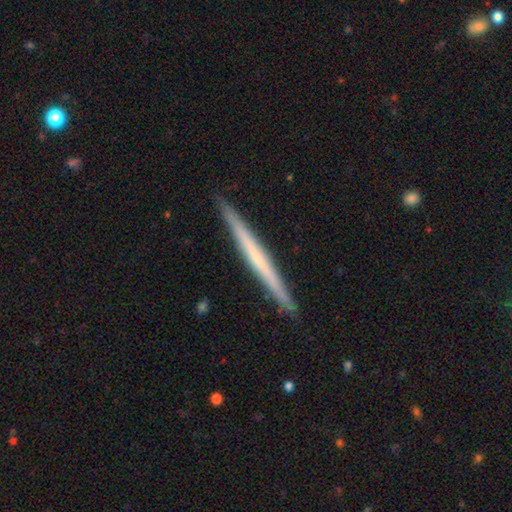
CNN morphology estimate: Q: Smooth or featured?
A: featured or disk (56%); runner-up: smooth (39%)
Q: Edge-on disk?
A: yes (98%); runner-up: no (2%)
Q: Edge-on bulge?
A: none (81%); runner-up: rounded (14%)
Q: Merging?
A: none (92%); runner-up: minor disturbance (6%)